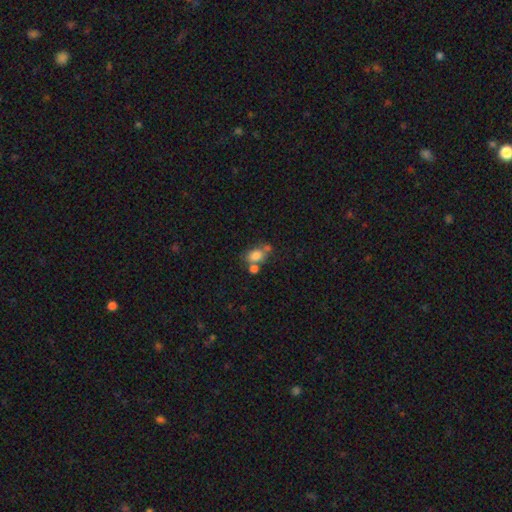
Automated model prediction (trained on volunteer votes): This appears to be a smooth galaxy with no disk features (77%) that is in between round and cigar-shaped (67%). Merging: none (42%).